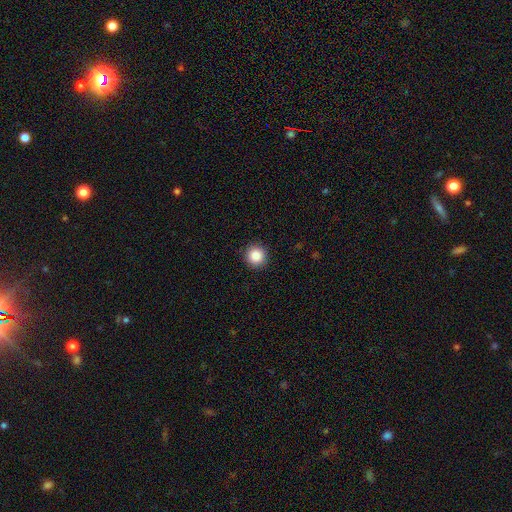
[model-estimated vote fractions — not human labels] smooth 87%, star or artifact 9%, featured or disk 4%. Down the decision tree: how rounded — round (95%); merging — none (92%).